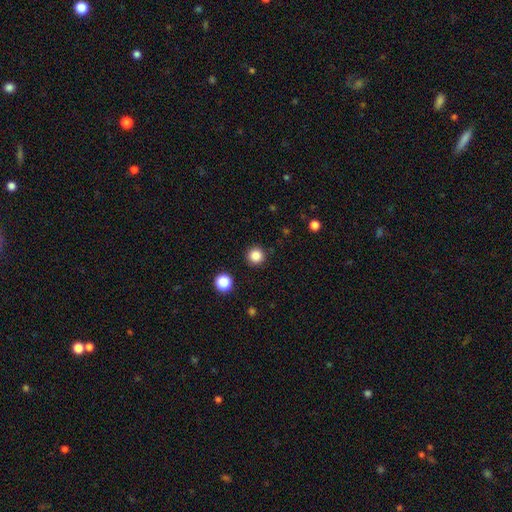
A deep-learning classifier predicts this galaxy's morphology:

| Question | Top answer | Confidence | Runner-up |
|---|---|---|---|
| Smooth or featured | smooth | 85% | star or artifact (11%) |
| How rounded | round | 95% | in between (4%) |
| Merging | none | 92% | minor disturbance (5%) |